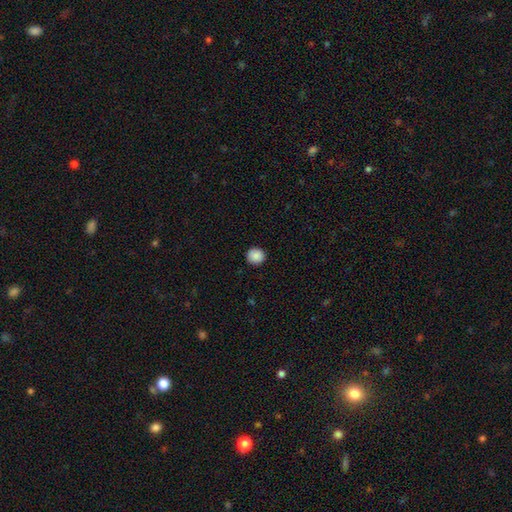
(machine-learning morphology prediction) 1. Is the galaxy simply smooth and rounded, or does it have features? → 88% smooth, 9% star or artifact, 3% featured or disk.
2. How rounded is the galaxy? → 91% round, 8% in between, 1% cigar-shaped.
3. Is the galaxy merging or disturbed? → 90% none, 7% minor disturbance, 2% major disturbance, 1% merger.